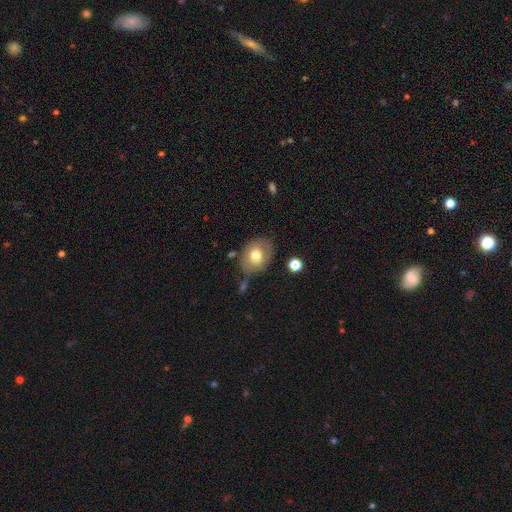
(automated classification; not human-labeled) smooth_or_featured: smooth (p=0.72) [alt: featured or disk p=0.21]
how_rounded: in between (p=0.55) [alt: round p=0.44]
merging: none (p=0.71) [alt: minor disturbance p=0.18]